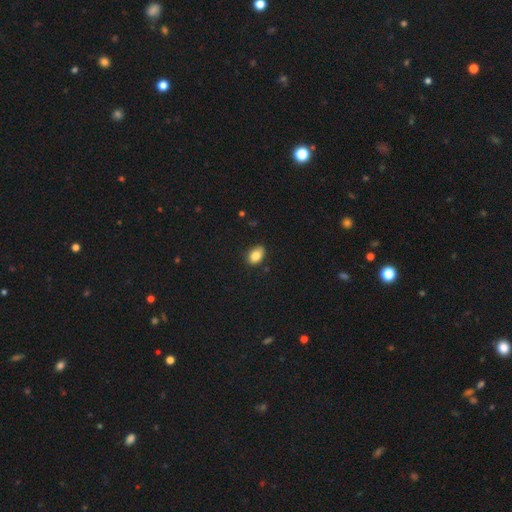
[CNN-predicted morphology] The model was most divided on "merging": none: 81%, minor disturbance: 16%, major disturbance: 2%, merger: 1%. More confident: smooth or featured — smooth (84%); how rounded — in between (83%).